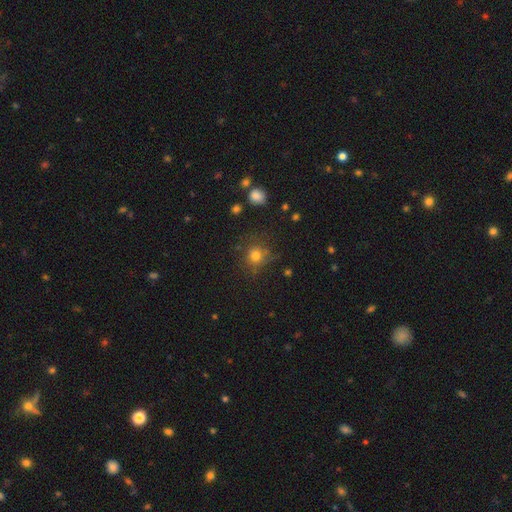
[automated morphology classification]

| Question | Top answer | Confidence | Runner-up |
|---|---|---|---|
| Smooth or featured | smooth | 76% | star or artifact (15%) |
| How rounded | round | 89% | in between (10%) |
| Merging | none | 75% | minor disturbance (16%) |